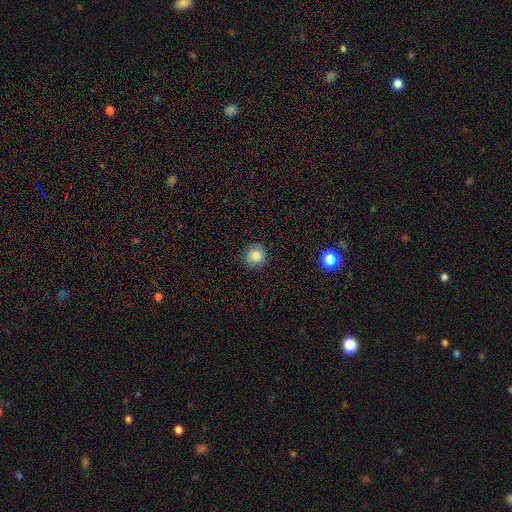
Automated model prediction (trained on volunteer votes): The model was most divided on "smooth or featured": smooth: 80%, star or artifact: 11%, featured or disk: 9%. More confident: how rounded — round (88%); merging — none (86%).